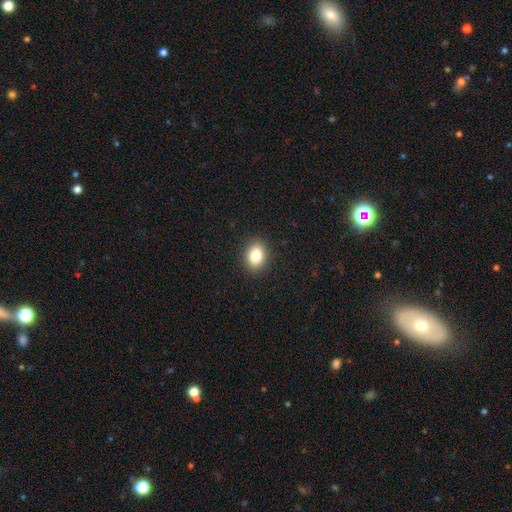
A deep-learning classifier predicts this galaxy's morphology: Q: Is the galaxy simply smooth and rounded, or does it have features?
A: smooth — 83%.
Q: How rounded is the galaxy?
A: in between — 65%.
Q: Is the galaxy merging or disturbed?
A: none — 90%.